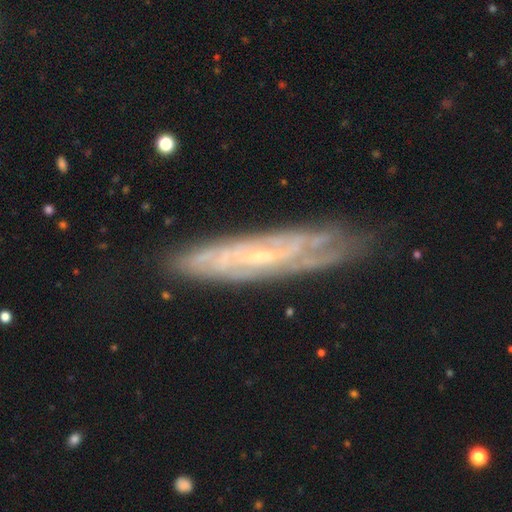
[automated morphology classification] smooth_or_featured: featured or disk (p=0.80) [alt: smooth p=0.13]
disk_edge_on: no (p=0.66) [alt: yes p=0.34]
bar: no (p=0.44) [alt: weak p=0.40]
has_spiral_arms: yes (p=0.91) [alt: no p=0.09]
bulge_size: small (p=0.73) [alt: moderate p=0.17]
merging: none (p=0.77) [alt: minor disturbance p=0.16]